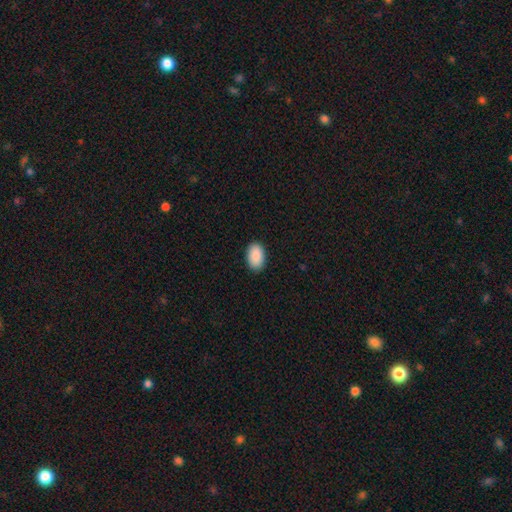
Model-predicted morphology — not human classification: smooth-or-featured: smooth: 91% | star or artifact: 6% | featured or disk: 3%
  how-rounded: in between: 92% | round: 7% | cigar-shaped: 1%
  merging: none: 89% | minor disturbance: 8% | major disturbance: 2% | merger: 1%